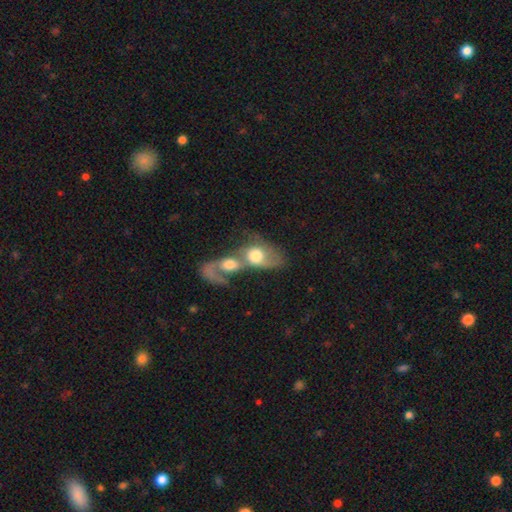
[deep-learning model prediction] Smooth or featured? Predicted: smooth (p=0.46, tied with featured or disk). Merging? Predicted: merger (p=0.82).